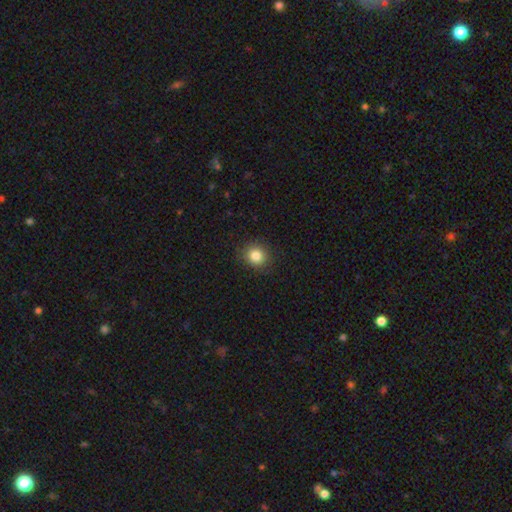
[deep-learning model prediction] Smooth or featured: smooth — 84% (star or artifact — 11%)
How rounded: round — 85% (in between — 14%)
Merging: none — 88% (minor disturbance — 8%)